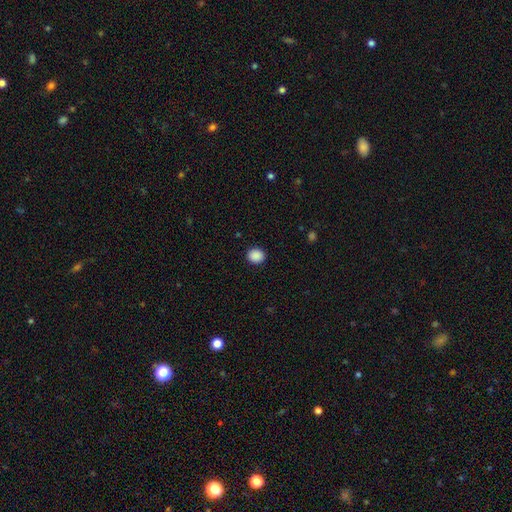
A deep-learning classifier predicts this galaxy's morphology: Q: Smooth or featured?
A: smooth (89%); runner-up: star or artifact (9%)
Q: How rounded?
A: round (78%); runner-up: in between (22%)
Q: Merging?
A: none (91%); runner-up: minor disturbance (6%)